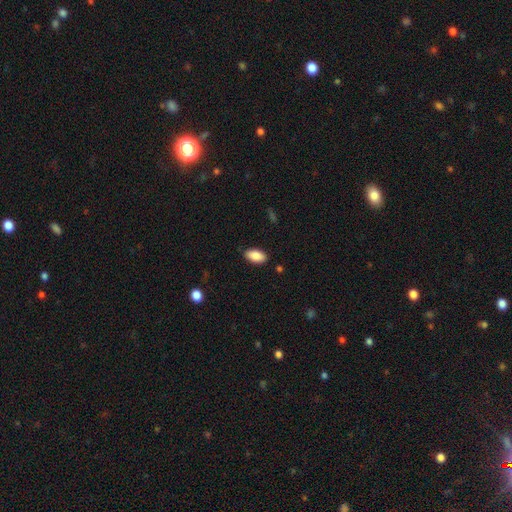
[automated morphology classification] This is clearly a smooth galaxy (88%). How rounded: clearly in between (94%). Merging: clearly none (86%).